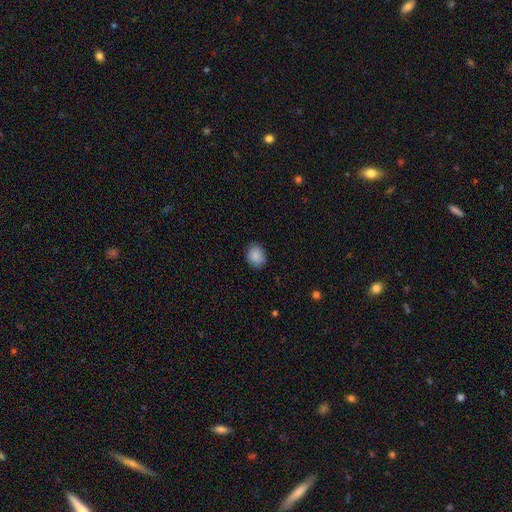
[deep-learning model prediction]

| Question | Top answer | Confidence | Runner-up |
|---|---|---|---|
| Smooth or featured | smooth | 88% | star or artifact (8%) |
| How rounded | round | 64% | in between (35%) |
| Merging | none | 83% | minor disturbance (13%) |